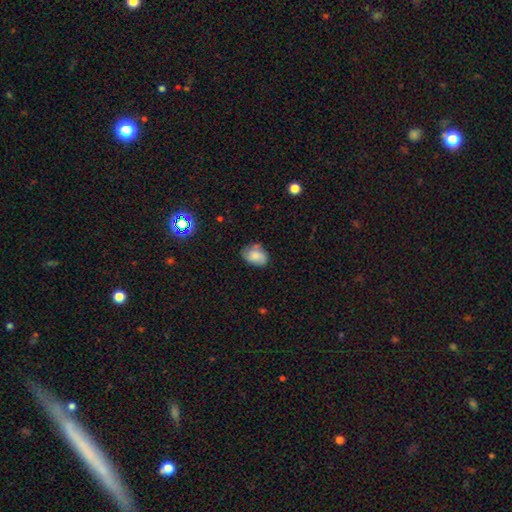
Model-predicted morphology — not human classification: The model was most divided on "merging": none: 65%, minor disturbance: 27%, major disturbance: 6%, merger: 3%. More confident: smooth or featured — smooth (74%); how rounded — in between (74%).